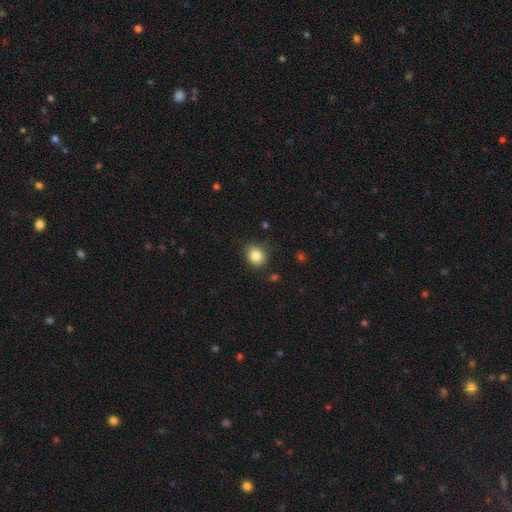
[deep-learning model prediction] The model was most divided on "how rounded": round: 65%, in between: 34%, cigar-shaped: 1%. More confident: smooth or featured — smooth (85%); merging — none (80%).